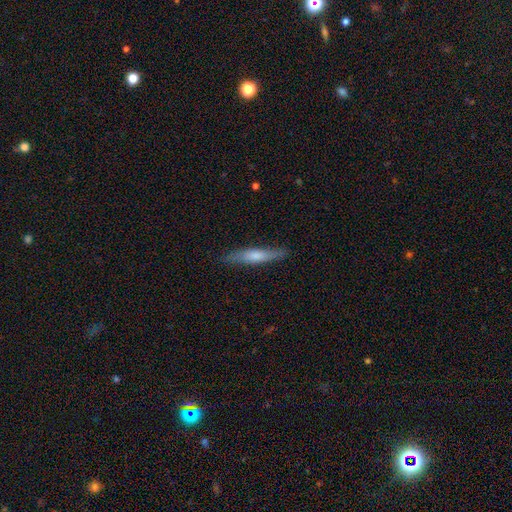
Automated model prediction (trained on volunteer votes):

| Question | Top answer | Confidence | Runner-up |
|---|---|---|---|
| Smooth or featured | smooth | 60% | featured or disk (34%) |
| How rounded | cigar-shaped | 88% | in between (10%) |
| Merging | none | 85% | minor disturbance (12%) |